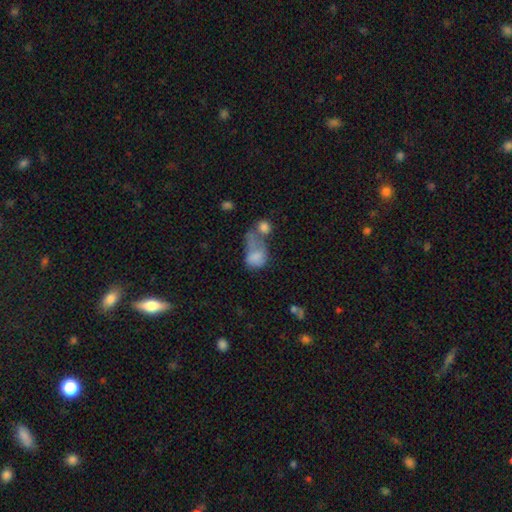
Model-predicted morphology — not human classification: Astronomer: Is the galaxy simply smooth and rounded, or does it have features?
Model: smooth — 68%.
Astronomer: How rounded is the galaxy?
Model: in between — 76%.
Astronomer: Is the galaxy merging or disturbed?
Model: merger — 46% (runner-up: major disturbance, 30%).